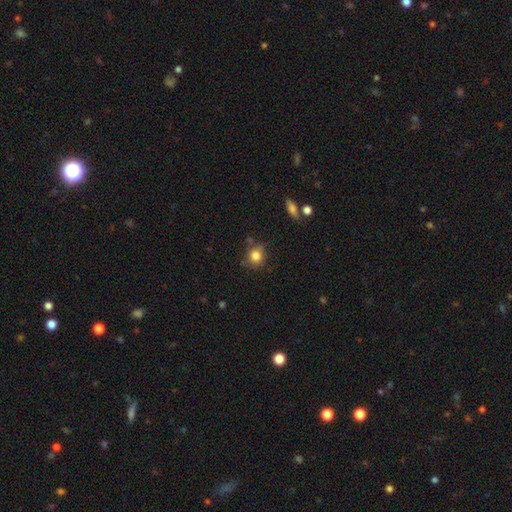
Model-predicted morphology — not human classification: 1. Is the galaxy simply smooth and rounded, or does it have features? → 82% smooth, 11% star or artifact, 7% featured or disk.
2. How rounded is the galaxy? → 79% round, 20% in between, 1% cigar-shaped.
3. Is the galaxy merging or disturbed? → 73% none, 17% minor disturbance, 6% merger, 4% major disturbance.